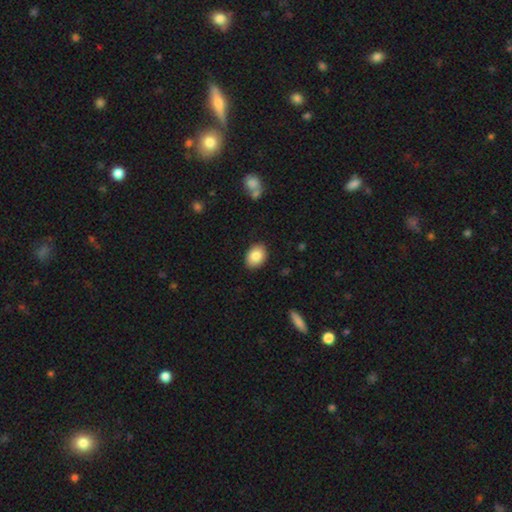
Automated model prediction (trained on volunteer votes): Smooth or featured? smooth (86%)
How rounded? in between (75%)
Merging? none (87%)